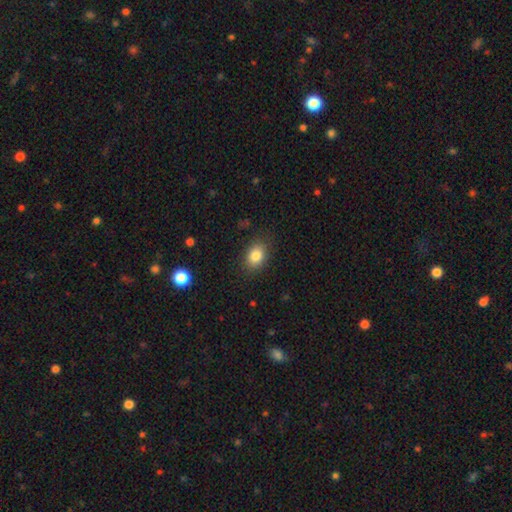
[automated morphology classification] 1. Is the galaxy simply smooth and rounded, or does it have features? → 83% smooth, 9% star or artifact, 8% featured or disk.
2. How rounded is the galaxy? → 73% in between, 26% round, 1% cigar-shaped.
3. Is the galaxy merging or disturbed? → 82% none, 13% minor disturbance, 4% major disturbance, 1% merger.